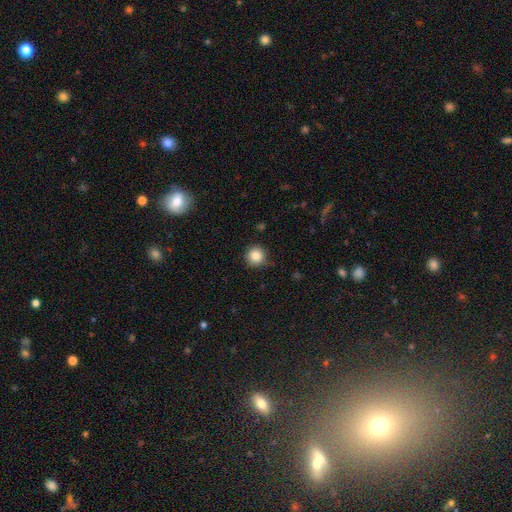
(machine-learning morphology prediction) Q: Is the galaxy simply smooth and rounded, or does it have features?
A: smooth — 86%.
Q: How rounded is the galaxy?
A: round — 95%.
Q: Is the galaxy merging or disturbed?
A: none — 89%.